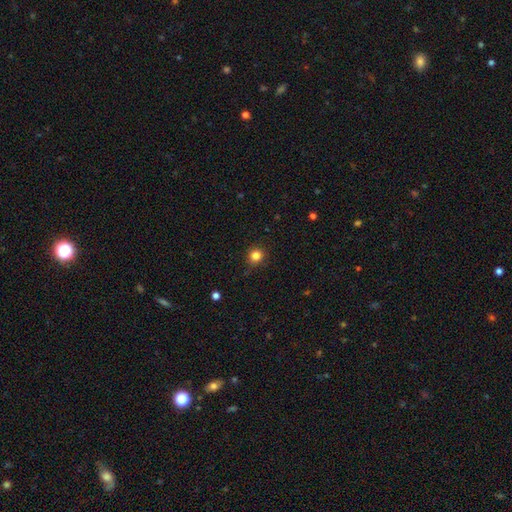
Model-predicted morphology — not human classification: Smooth or featured? smooth (83%)
How rounded? round (89%)
Merging? none (86%)